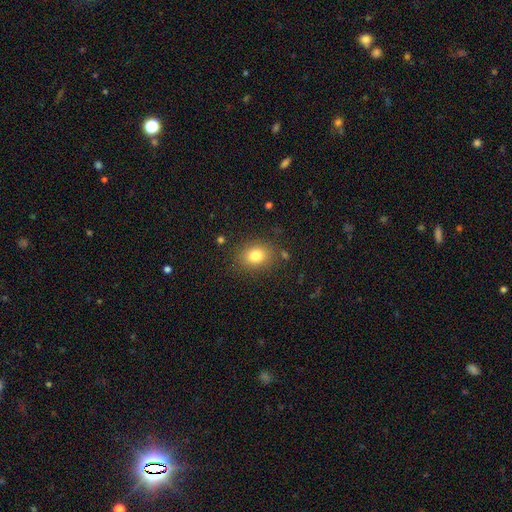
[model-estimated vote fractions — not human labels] This appears to be a smooth galaxy with no disk features (80%) that is round (51%). Merging: none (83%).